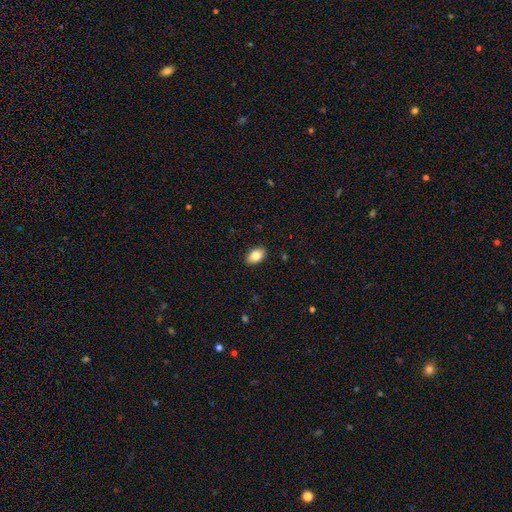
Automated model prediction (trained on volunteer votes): This appears to be a smooth galaxy with no disk features (83%) that is in between round and cigar-shaped (91%). Merging: none (90%).